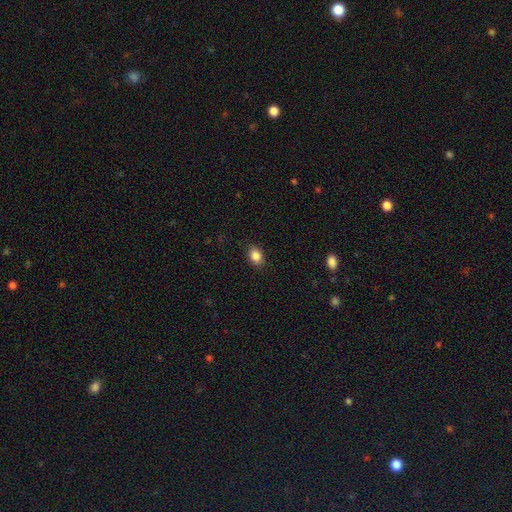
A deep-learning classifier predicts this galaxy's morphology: A smooth galaxy with no disk features (86%) that is in between round and cigar-shaped (67%). Merging: none (88%).